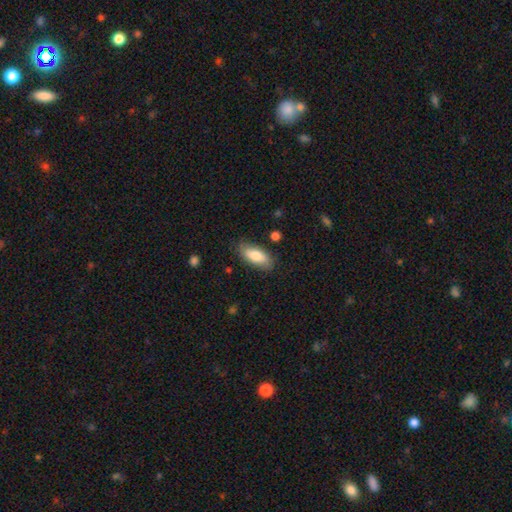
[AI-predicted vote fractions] Morphology: type=smooth (79%); roundness=in between (82%); merging=none (81%).